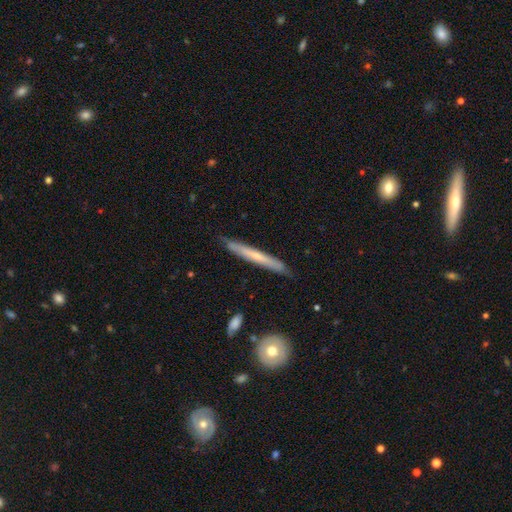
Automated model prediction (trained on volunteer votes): smooth_or_featured: featured or disk (p=0.50) [alt: smooth p=0.44]
disk_edge_on: yes (p=0.92) [alt: no p=0.08]
merging: none (p=0.84) [alt: minor disturbance p=0.13]